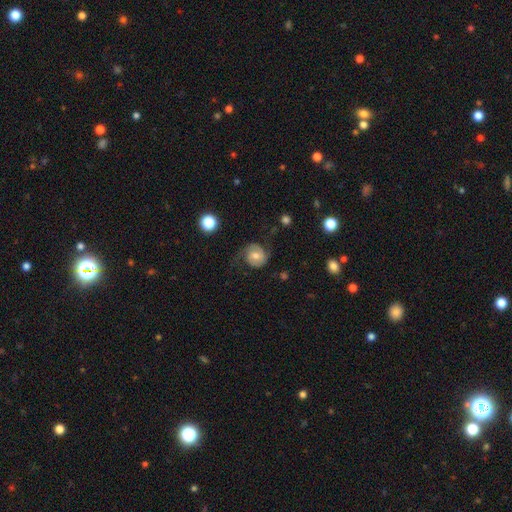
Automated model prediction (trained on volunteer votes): Overall: featured or disk (60%; smooth 31%). Edge-on disk: no (98%). Bar: no (65%; weak 29%). Spiral arms: yes (89%). Spiral arm count: 2 (70%). Spiral winding: medium (39%; tight 34%). Bulge size: moderate (67%). Merging: none (57%; minor disturbance 21%).